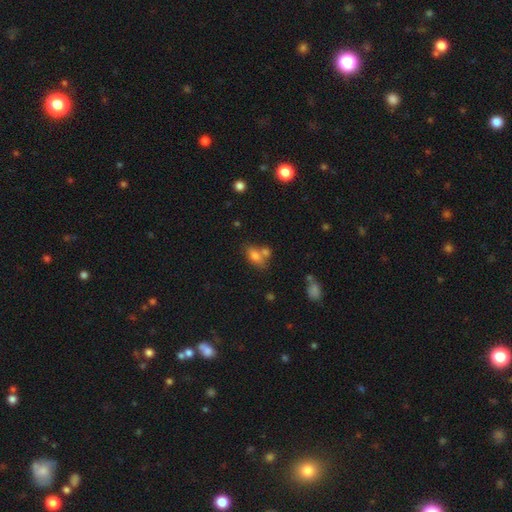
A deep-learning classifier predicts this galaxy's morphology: This is likely a smooth galaxy (77%). How rounded: clearly in between (83%). Merging: possibly none (46%).